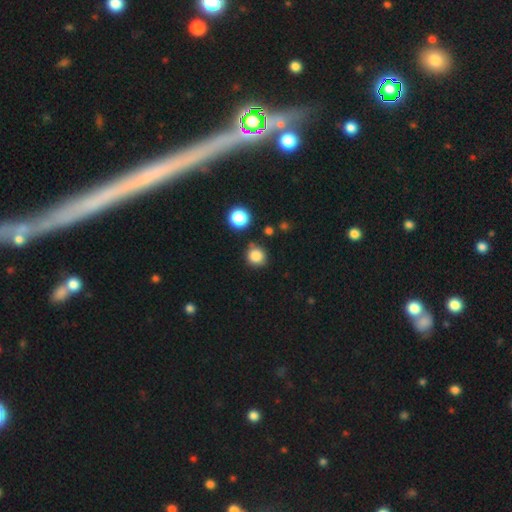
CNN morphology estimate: Smooth or featured: smooth — 84% (star or artifact — 12%)
How rounded: round — 90% (in between — 9%)
Merging: none — 80% (minor disturbance — 11%)